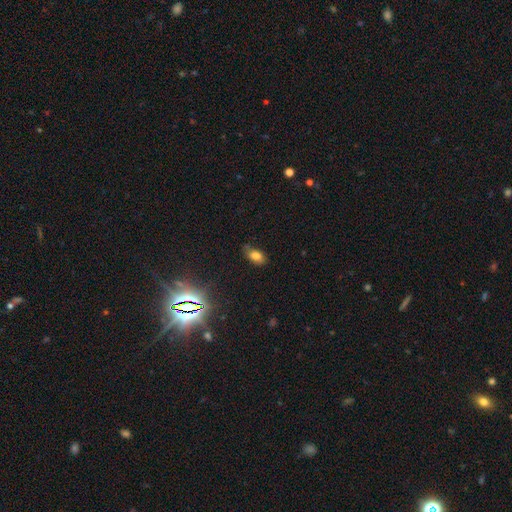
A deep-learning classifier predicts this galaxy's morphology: Smooth or featured? smooth (74%)
How rounded? in between (90%)
Merging? none (71%)